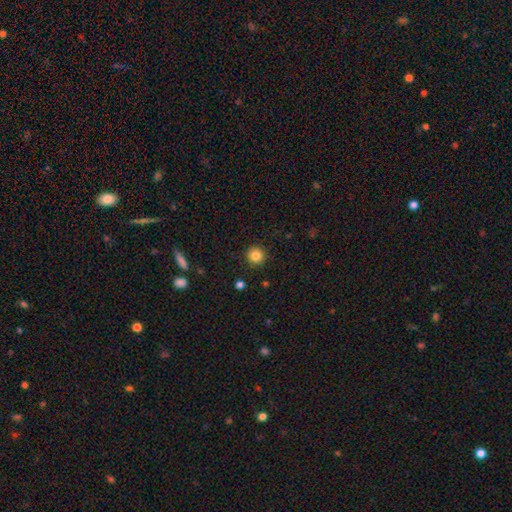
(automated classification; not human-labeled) smooth-or-featured: smooth: 84% | star or artifact: 11% | featured or disk: 6%
  how-rounded: round: 95% | in between: 4% | cigar-shaped: 1%
  merging: none: 91% | minor disturbance: 6% | major disturbance: 2% | merger: 1%